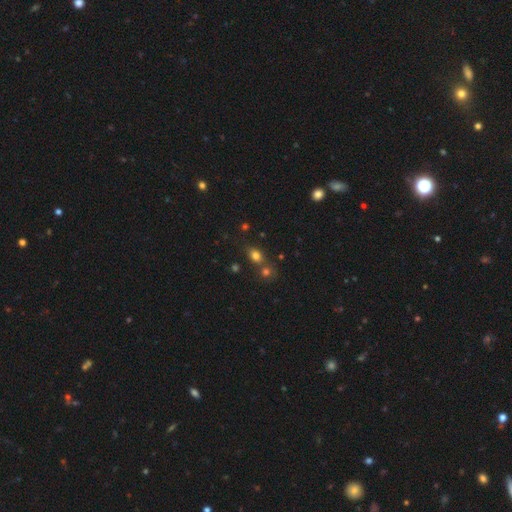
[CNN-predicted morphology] The model was most divided on "how rounded": in between: 57%, round: 40%, cigar-shaped: 2%. More confident: smooth or featured — smooth (75%); merging — none (56%).